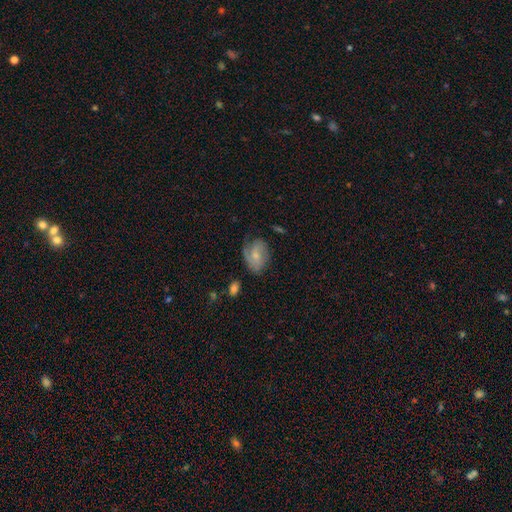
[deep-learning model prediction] This is possibly a featured or disk galaxy (52%). It is clearly not viewed edge-on (96%). Merging: likely none (60%).